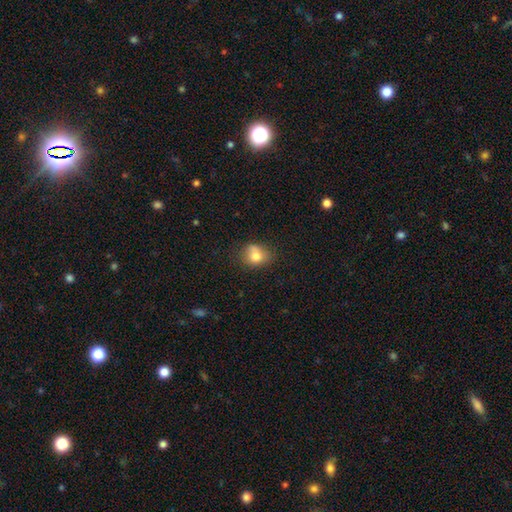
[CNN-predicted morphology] A smooth galaxy with no disk features (78%) that is round (59%).

Vote fractions:
- Smooth or featured? smooth: 78% / featured or disk: 12% / star or artifact: 10%
- How rounded? round: 59% / in between: 40% / cigar-shaped: 1%
- Merging? none: 55% / minor disturbance: 28% / merger: 10% / major disturbance: 8%